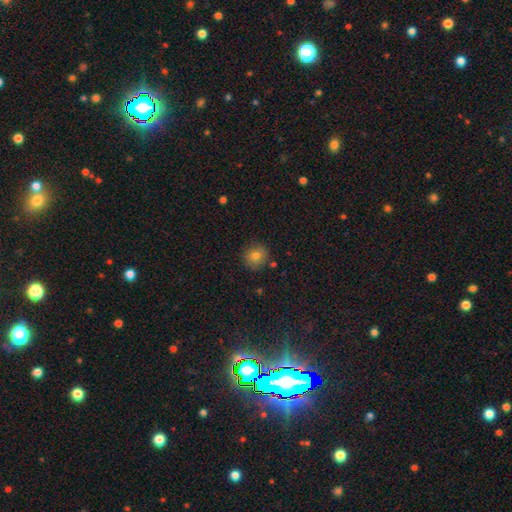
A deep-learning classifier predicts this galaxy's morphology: Overall: smooth (78%). How rounded: round (89%). Merging: none (84%).